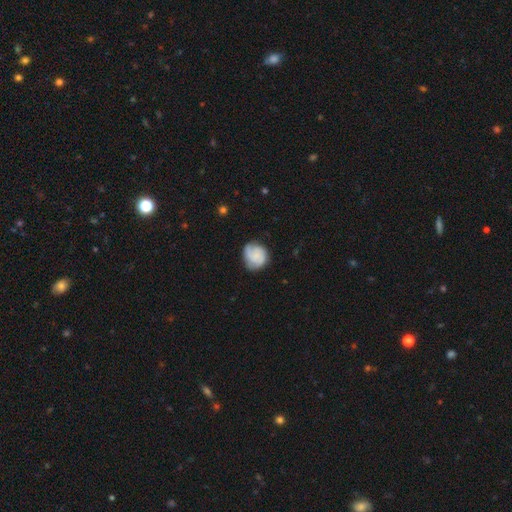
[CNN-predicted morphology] smooth_or_featured: smooth (p=0.49) [alt: featured or disk p=0.43]
merging: none (p=0.69) [alt: minor disturbance p=0.23]